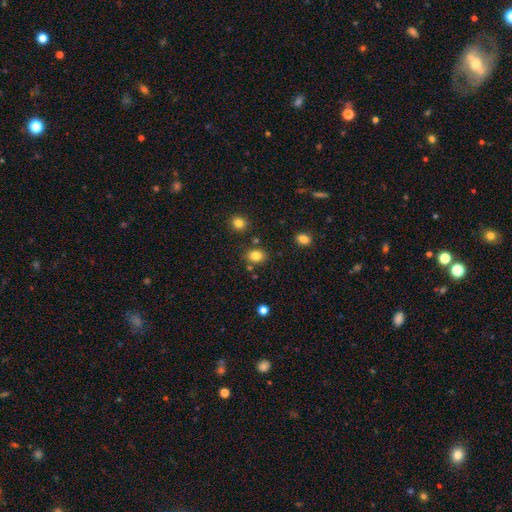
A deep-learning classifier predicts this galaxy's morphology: A smooth galaxy with no disk features (82%) that is round (51%).

Vote fractions:
- Smooth or featured? smooth: 82% / star or artifact: 12% / featured or disk: 6%
- How rounded? round: 51% / in between: 48% / cigar-shaped: 1%
- Merging? none: 80% / minor disturbance: 10% / merger: 6% / major disturbance: 3%